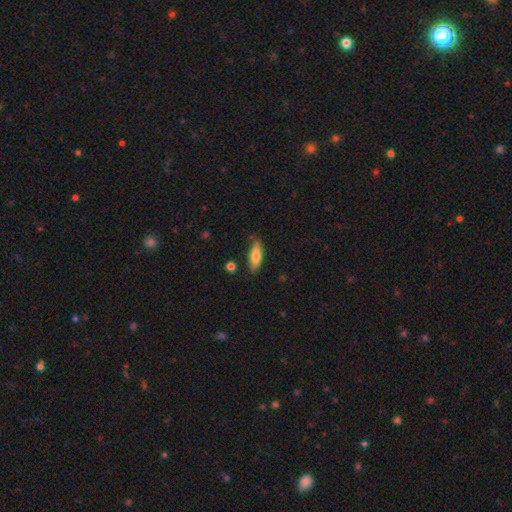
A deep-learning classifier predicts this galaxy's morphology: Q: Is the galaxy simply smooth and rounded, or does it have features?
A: smooth — 75%.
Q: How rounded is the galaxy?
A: in between — 56%.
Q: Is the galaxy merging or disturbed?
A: none — 79%.